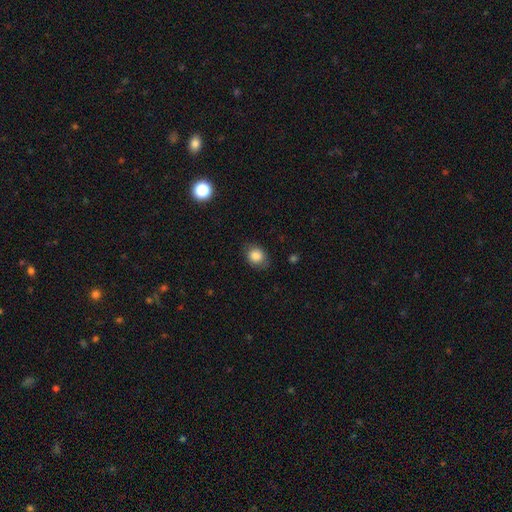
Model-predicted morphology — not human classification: Overall: smooth (85%). How rounded: round (52%; in between 47%). Merging: none (77%).